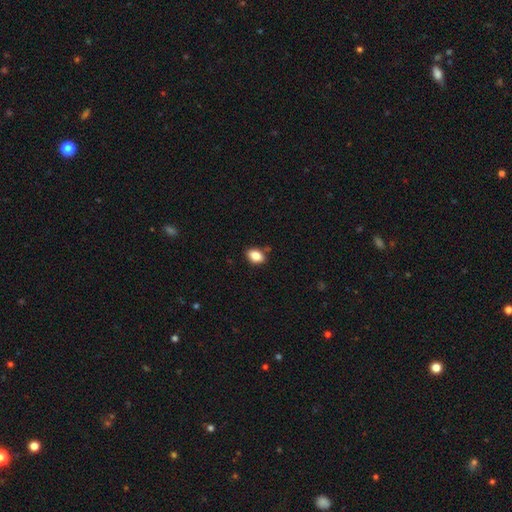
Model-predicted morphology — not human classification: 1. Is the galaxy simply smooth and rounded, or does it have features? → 85% smooth, 9% star or artifact, 6% featured or disk.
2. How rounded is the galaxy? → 82% in between, 17% round, 1% cigar-shaped.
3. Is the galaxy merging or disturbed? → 83% none, 12% minor disturbance, 3% merger, 2% major disturbance.